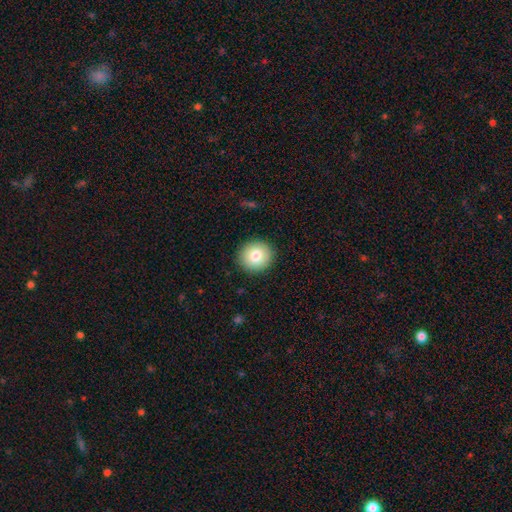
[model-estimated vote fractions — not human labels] The model was most divided on "smooth or featured": smooth: 81%, featured or disk: 10%, star or artifact: 9%. More confident: merging — none (91%); how rounded — round (88%).